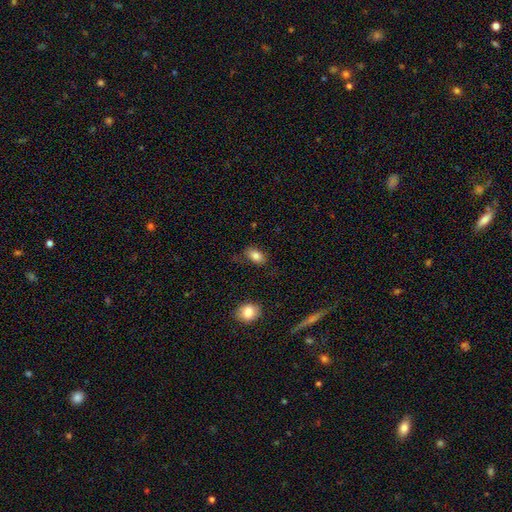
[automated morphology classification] A smooth galaxy with no disk features (84%) that is in between round and cigar-shaped (88%). Merging: none (76%).